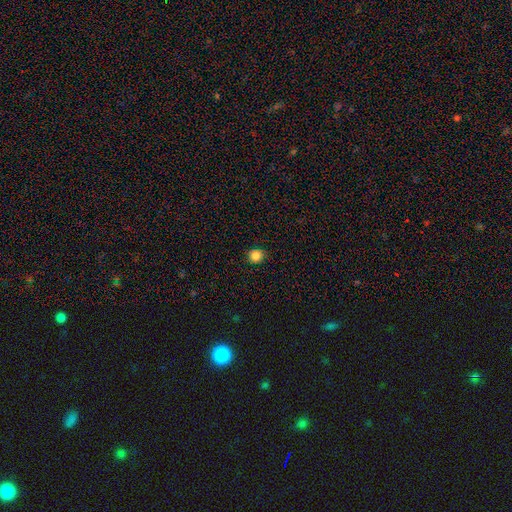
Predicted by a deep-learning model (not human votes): Smooth or featured? Predicted: smooth (p=0.86). How rounded? Predicted: round (p=0.89). Merging? Predicted: none (p=0.90).